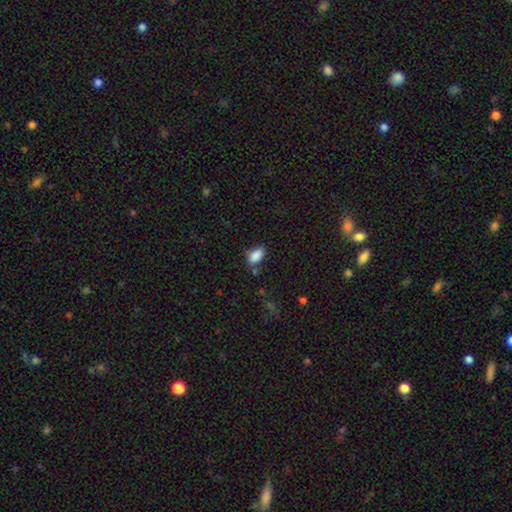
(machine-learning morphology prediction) type=smooth (87%); roundness=in between (91%); merging=none (69%).